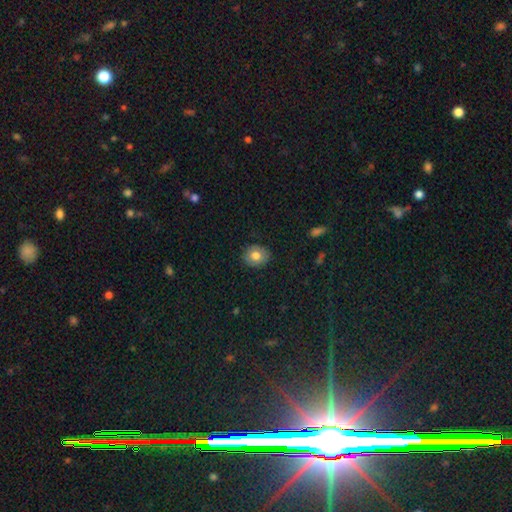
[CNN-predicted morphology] smooth-or-featured: smooth: 78% | featured or disk: 14% | star or artifact: 9%
  how-rounded: round: 68% | in between: 31% | cigar-shaped: 1%
  merging: none: 87% | minor disturbance: 10% | major disturbance: 2% | merger: 1%